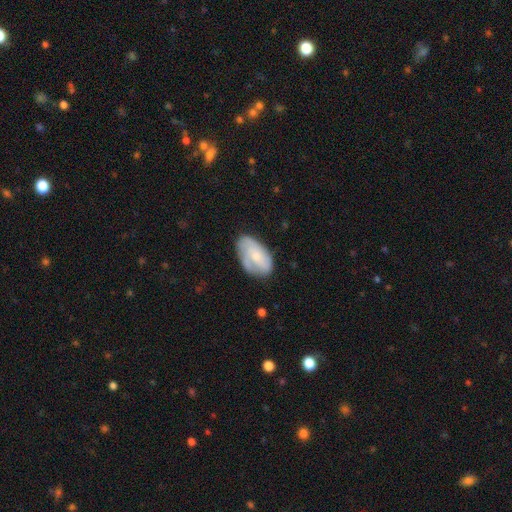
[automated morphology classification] featured or disk 48%, smooth 46%, star or artifact 6%. Down the decision tree: merging — none (66%).